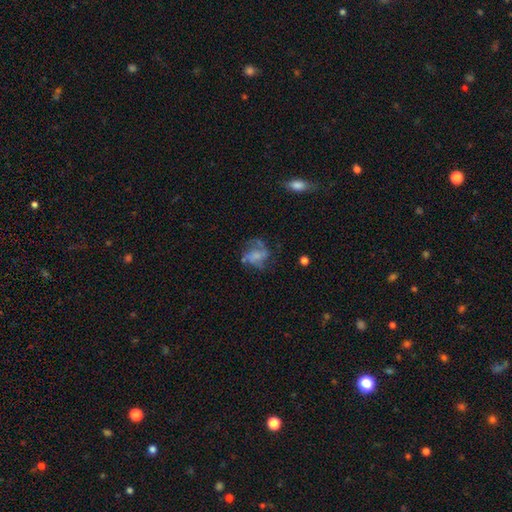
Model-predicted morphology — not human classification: Smooth or featured: featured or disk — 57% (smooth — 32%)
Edge-on disk: no — 98% (yes — 2%)
Bar: no — 64% (weak — 29%)
Spiral arms: yes — 69% (no — 31%)
Bulge size: none — 43% (small — 26%)
Merging: none — 46% (major disturbance — 28%)